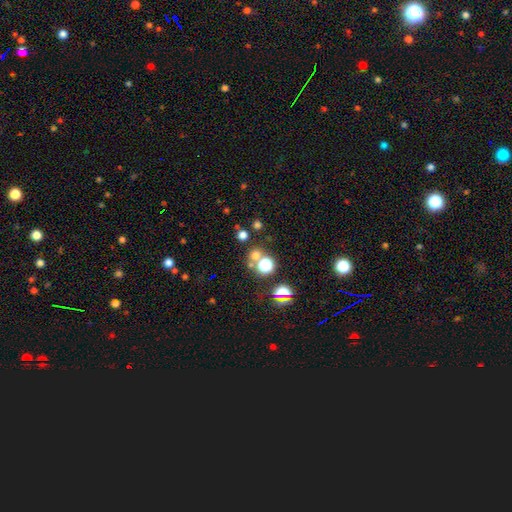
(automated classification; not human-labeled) Morphology: type=smooth (58%); roundness=round (89%); merging=none (67%).